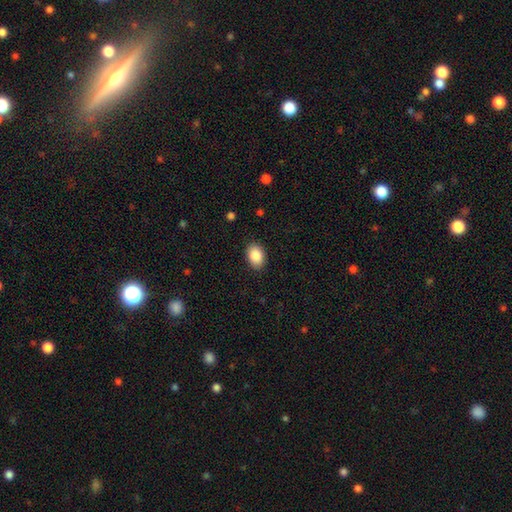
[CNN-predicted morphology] Overall: smooth (88%). How rounded: in between (83%). Merging: none (88%).